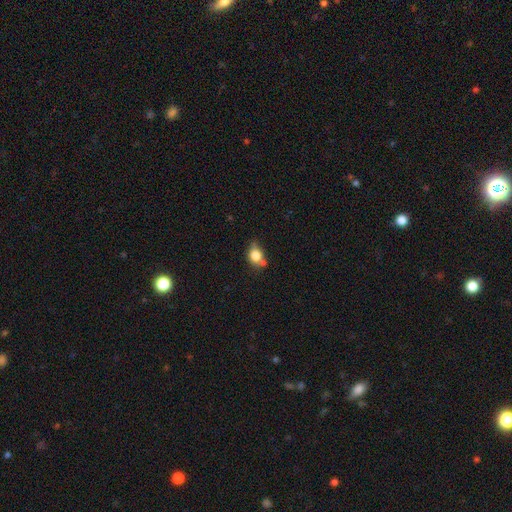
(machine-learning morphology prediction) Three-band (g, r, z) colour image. It shows a smooth galaxy with no disk features (78%) that is in between round and cigar-shaped (49%, tied with round). Merging: none (47%).